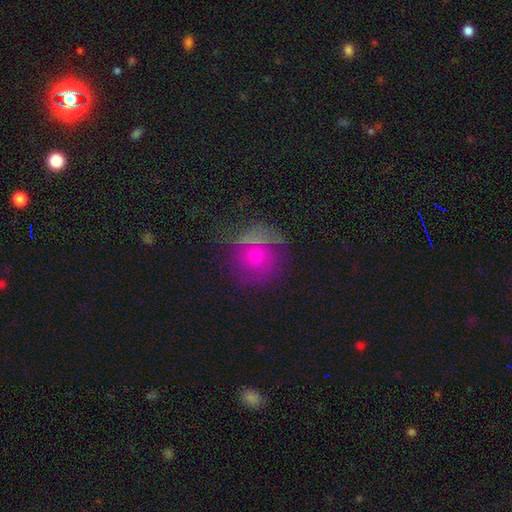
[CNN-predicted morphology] Smooth or featured: smooth — 45% (featured or disk — 38%)
Merging: none — 66% (minor disturbance — 18%)